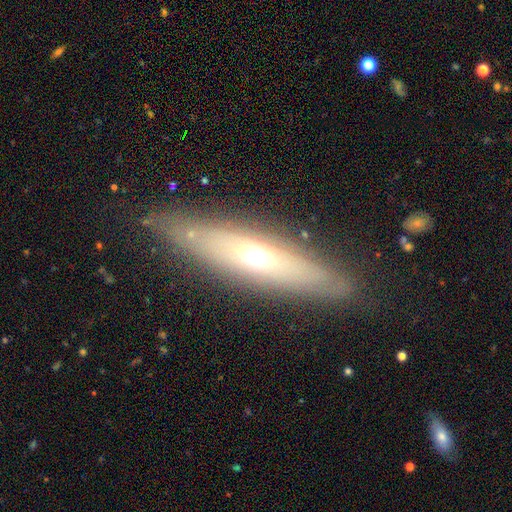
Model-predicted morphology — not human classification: Overall: featured or disk (53%; smooth 38%). Edge-on disk: yes (69%; no 31%). Merging: none (82%).